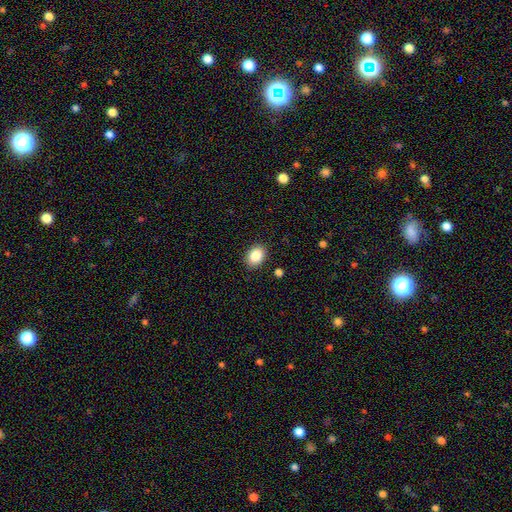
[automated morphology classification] smooth-or-featured: smooth: 86% | star or artifact: 8% | featured or disk: 5%
  how-rounded: in between: 68% | round: 32% | cigar-shaped: 1%
  merging: none: 88% | minor disturbance: 8% | major disturbance: 2% | merger: 1%